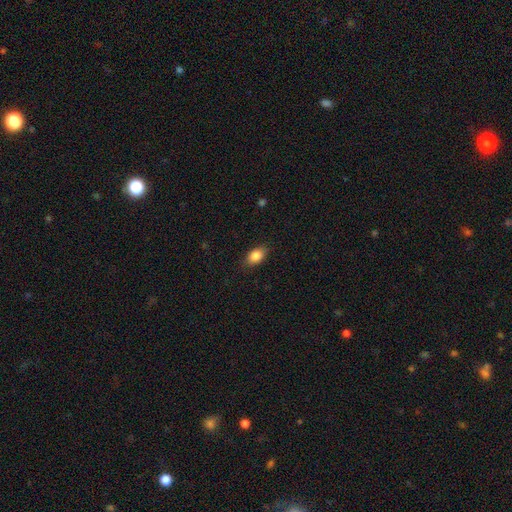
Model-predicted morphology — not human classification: The model was most divided on "how rounded": in between: 85%, round: 12%, cigar-shaped: 3%. More confident: smooth or featured — smooth (85%); merging — none (85%).